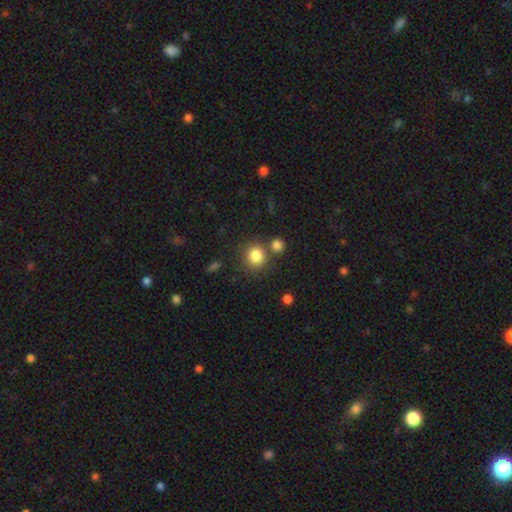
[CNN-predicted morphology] This appears to be a smooth galaxy with no disk features (83%) that is round (85%). Merging: none (70%).